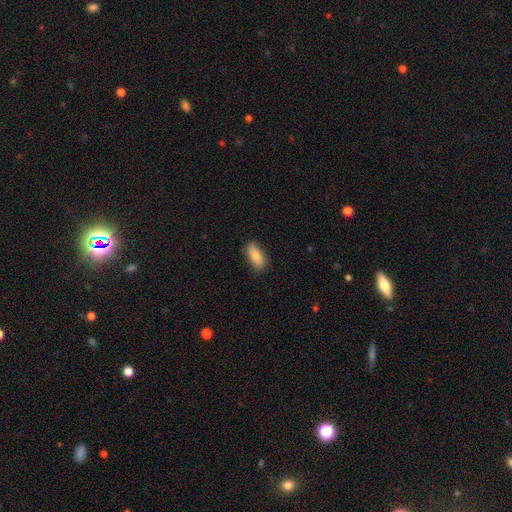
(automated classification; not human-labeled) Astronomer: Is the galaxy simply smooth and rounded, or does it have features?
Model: smooth — 82%.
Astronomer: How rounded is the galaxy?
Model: in between — 80%.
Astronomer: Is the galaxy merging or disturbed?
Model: none — 83%.